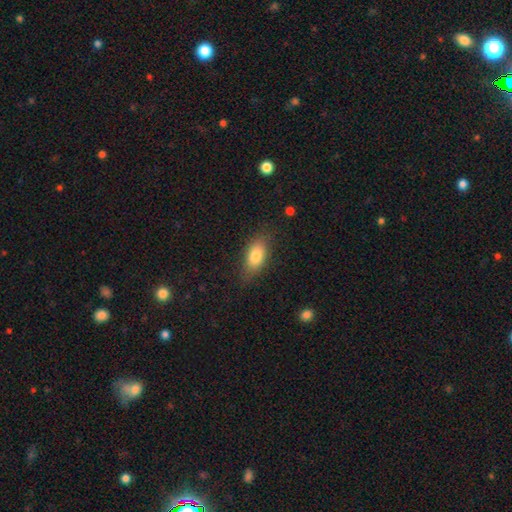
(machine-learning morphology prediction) This appears to be a smooth galaxy with no disk features (79%) that is in between round and cigar-shaped (84%). Merging: none (78%).